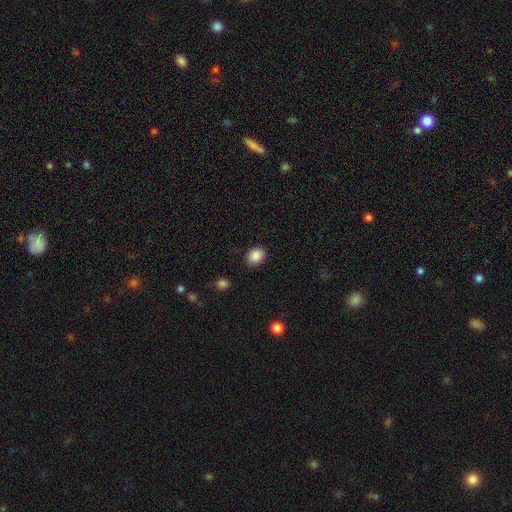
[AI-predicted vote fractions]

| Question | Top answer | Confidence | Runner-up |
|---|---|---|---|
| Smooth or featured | smooth | 87% | star or artifact (9%) |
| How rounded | round | 53% | in between (46%) |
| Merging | none | 88% | minor disturbance (8%) |